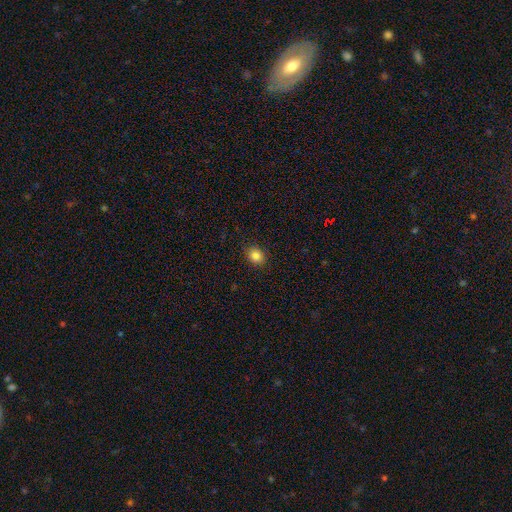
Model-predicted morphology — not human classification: Smooth or featured? Predicted: smooth (p=0.85). How rounded? Predicted: round (p=0.64). Merging? Predicted: none (p=0.89).